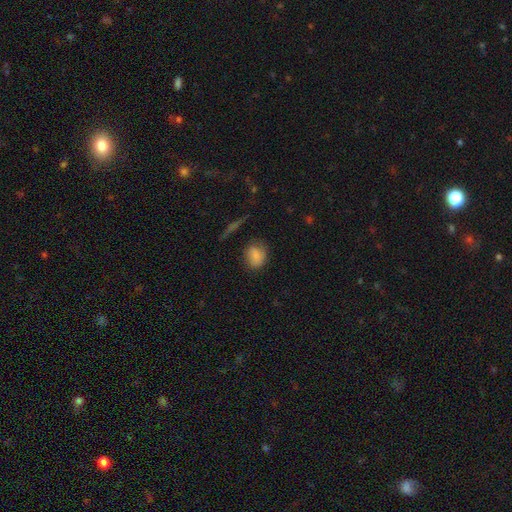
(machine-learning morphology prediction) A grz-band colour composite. It shows a smooth galaxy with no disk features (76%) that is in between round and cigar-shaped (50%). Merging: none (63%).